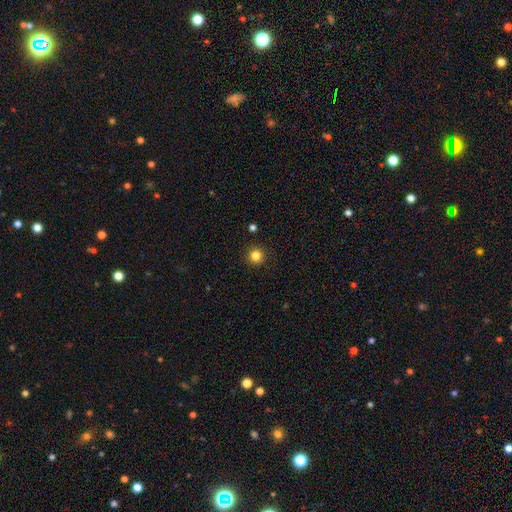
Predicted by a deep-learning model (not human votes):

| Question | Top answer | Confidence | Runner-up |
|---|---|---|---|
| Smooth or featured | smooth | 83% | star or artifact (12%) |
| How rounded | round | 95% | in between (4%) |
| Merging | none | 92% | minor disturbance (5%) |